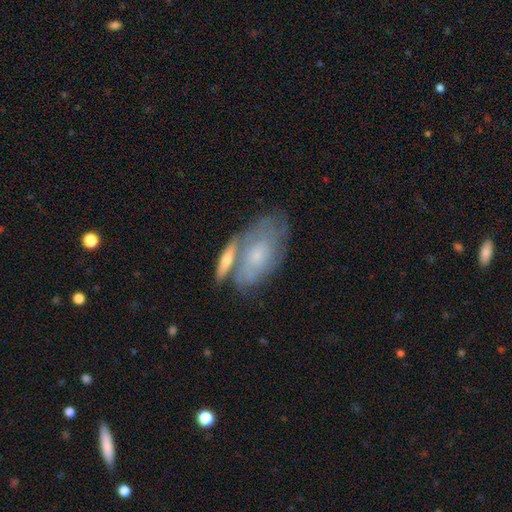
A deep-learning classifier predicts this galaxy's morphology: featured or disk 51%, smooth 42%, star or artifact 8%. Down the decision tree: edge-on disk — no (86%); merging — none (41%).